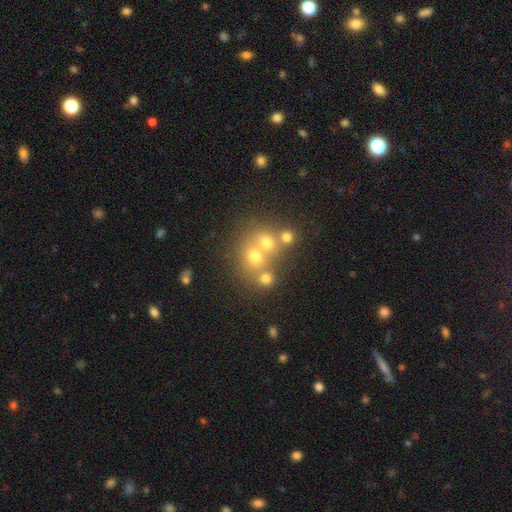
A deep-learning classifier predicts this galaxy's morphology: A smooth galaxy with no disk features (57%) that is round (78%).

Vote fractions:
- Smooth or featured? smooth: 57% / star or artifact: 22% / featured or disk: 21%
- How rounded? round: 78% / in between: 21% / cigar-shaped: 1%
- Merging? merger: 47% / none: 41% / minor disturbance: 7% / major disturbance: 4%